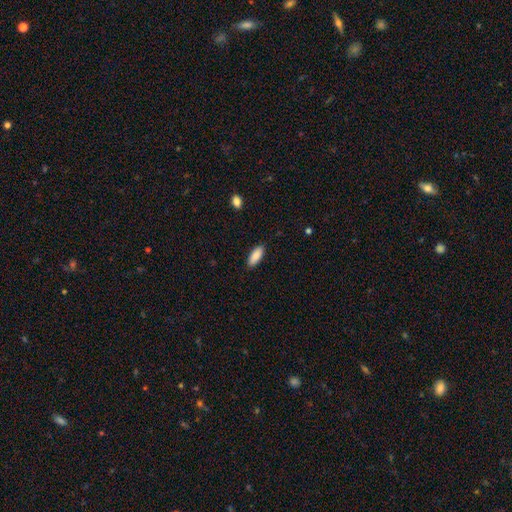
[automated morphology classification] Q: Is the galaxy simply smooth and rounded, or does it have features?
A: smooth — 89%.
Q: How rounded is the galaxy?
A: in between — 80%.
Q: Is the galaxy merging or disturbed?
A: none — 88%.